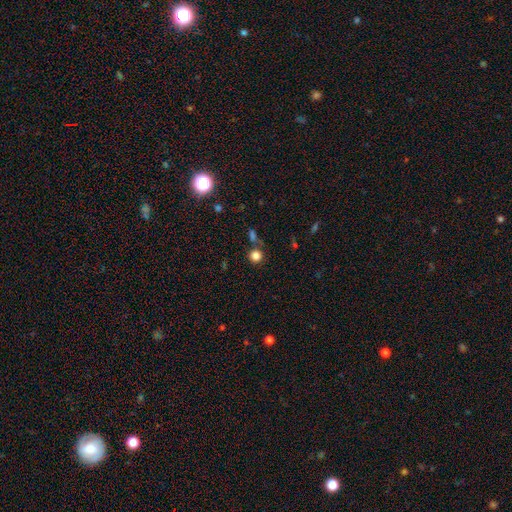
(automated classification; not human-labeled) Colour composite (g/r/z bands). It shows a smooth galaxy with no disk features (81%) that is round (91%). Merging: none (74%).